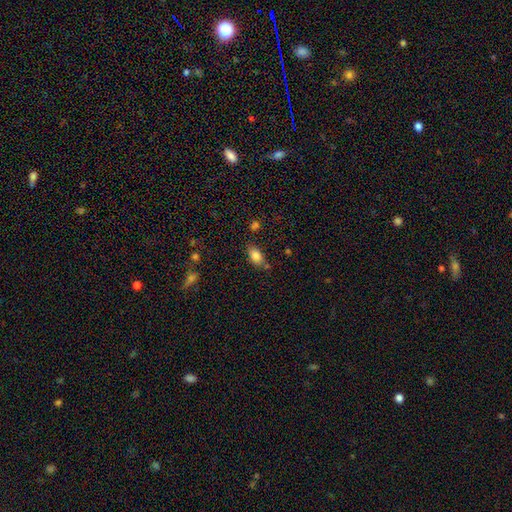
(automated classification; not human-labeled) Smooth or featured?
  - smooth: 83% *
  - star or artifact: 9%
  - featured or disk: 8%
How rounded?
  - in between: 87% *
  - round: 9%
  - cigar-shaped: 3%
Merging?
  - none: 71% *
  - minor disturbance: 17%
  - merger: 8%
  - major disturbance: 4%